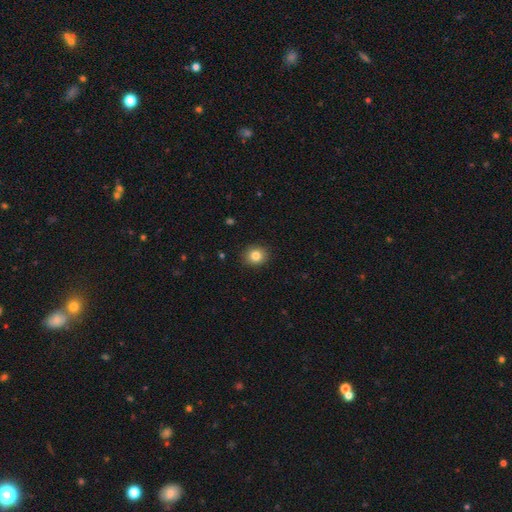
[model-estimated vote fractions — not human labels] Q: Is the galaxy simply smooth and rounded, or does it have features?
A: smooth — 83%.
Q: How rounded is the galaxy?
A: round — 74%.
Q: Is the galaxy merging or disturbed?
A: none — 90%.